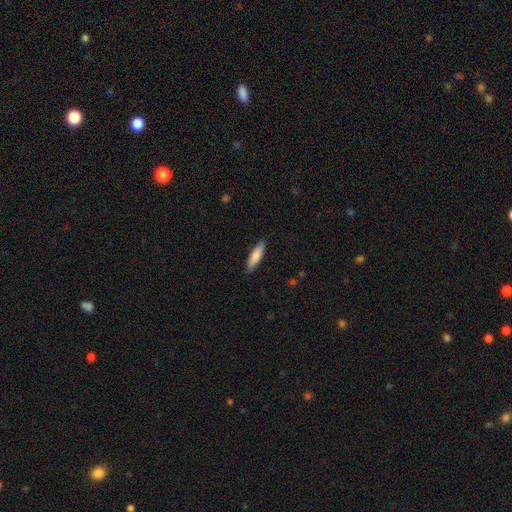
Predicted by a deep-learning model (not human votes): smooth 81%, featured or disk 13%, star or artifact 5%. Down the decision tree: how rounded — cigar-shaped (67%); merging — none (88%).